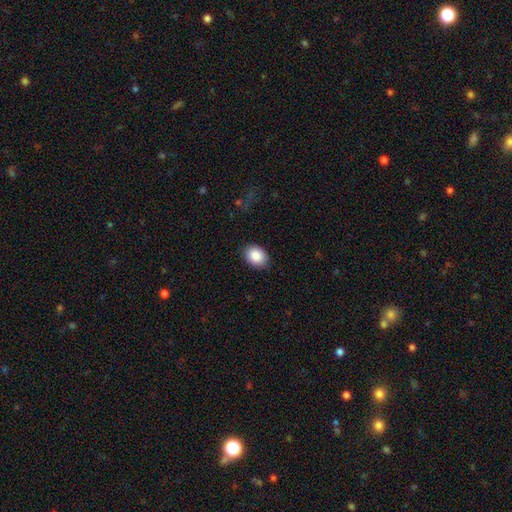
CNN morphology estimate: smooth 87%, star or artifact 8%, featured or disk 5%. Down the decision tree: how rounded — in between (66%); merging — none (87%).